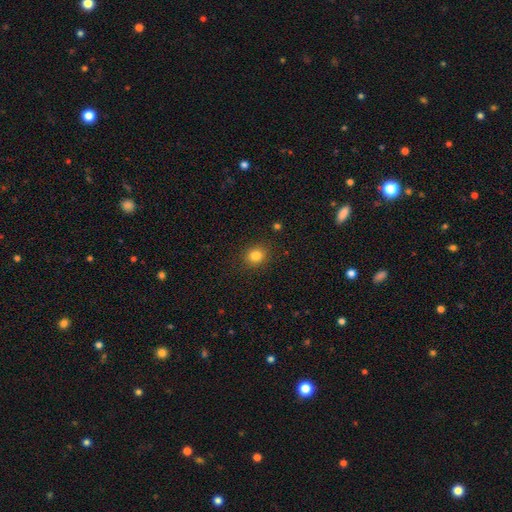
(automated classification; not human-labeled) smooth-or-featured: smooth: 83% | star or artifact: 12% | featured or disk: 5%
  how-rounded: round: 74% | in between: 25% | cigar-shaped: 1%
  merging: none: 88% | minor disturbance: 8% | major disturbance: 3% | merger: 1%